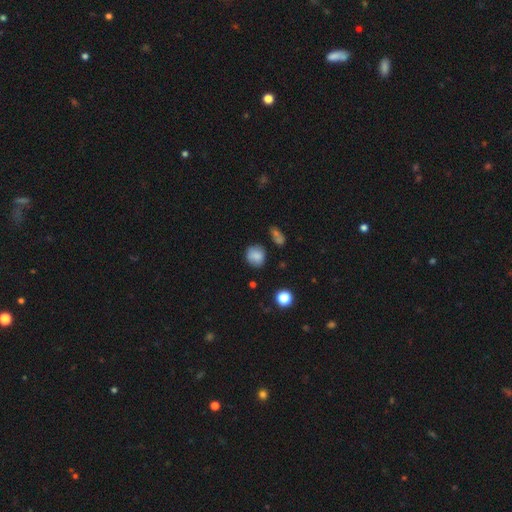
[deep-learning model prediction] Q: Smooth or featured?
A: smooth (81%); runner-up: star or artifact (10%)
Q: How rounded?
A: round (76%); runner-up: in between (23%)
Q: Merging?
A: none (73%); runner-up: minor disturbance (18%)